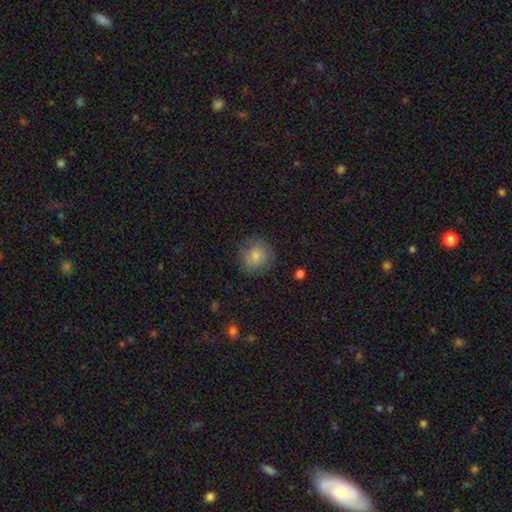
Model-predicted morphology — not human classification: Overall: smooth (68%). How rounded: round (88%). Merging: none (79%).